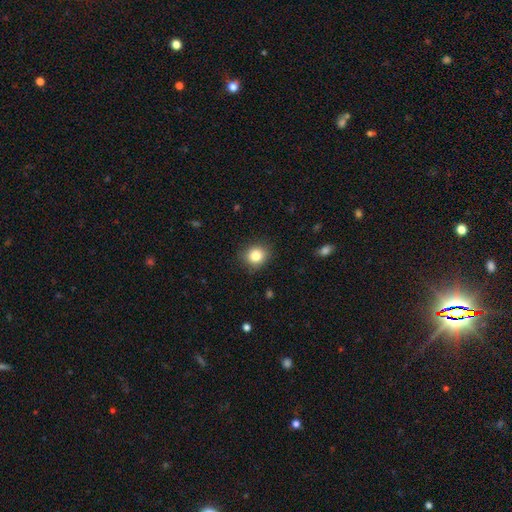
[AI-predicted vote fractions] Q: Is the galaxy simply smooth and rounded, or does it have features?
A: smooth — 83%.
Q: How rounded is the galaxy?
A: round — 81%.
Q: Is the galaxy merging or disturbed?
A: none — 88%.